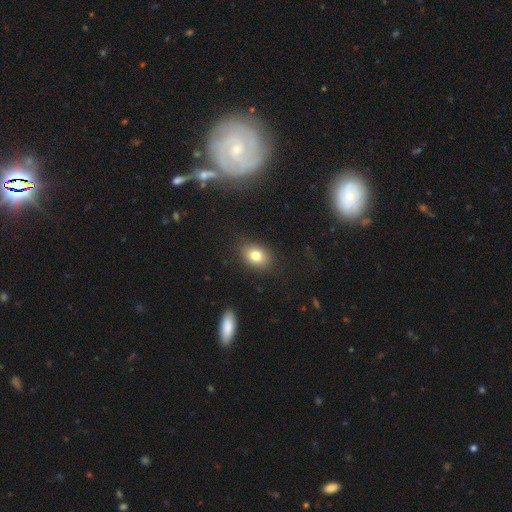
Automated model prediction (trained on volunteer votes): smooth_or_featured: smooth (p=0.79) [alt: featured or disk p=0.11]
how_rounded: in between (p=0.66) [alt: round p=0.33]
merging: none (p=0.82) [alt: minor disturbance p=0.13]